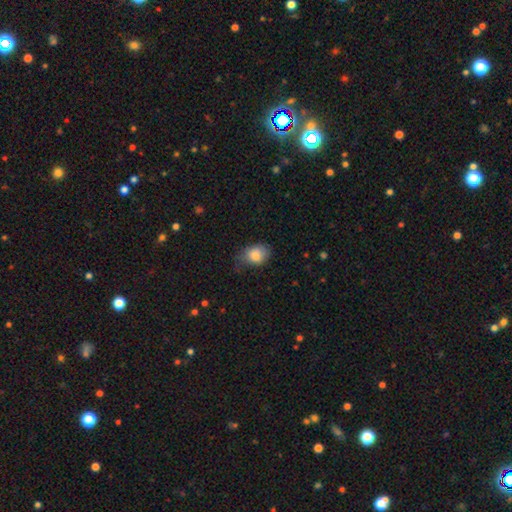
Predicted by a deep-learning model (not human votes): smooth-or-featured: smooth: 83% | featured or disk: 9% | star or artifact: 8%
  how-rounded: in between: 73% | round: 26% | cigar-shaped: 1%
  merging: none: 51% | minor disturbance: 35% | major disturbance: 12% | merger: 2%